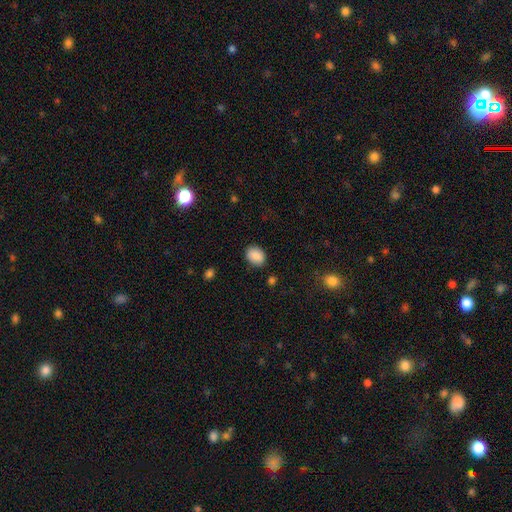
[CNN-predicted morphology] This is clearly a smooth galaxy (87%). How rounded: likely in between (64%). Merging: clearly none (85%).